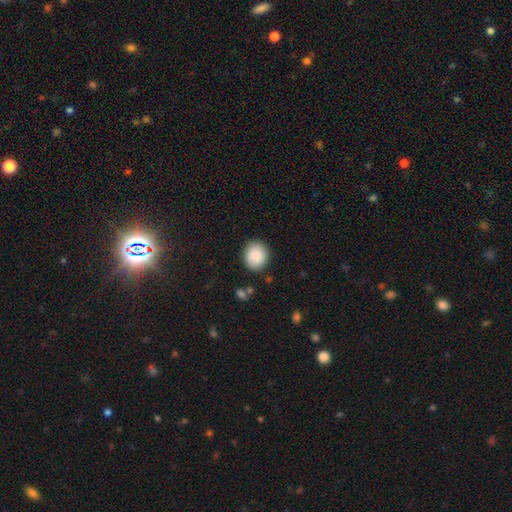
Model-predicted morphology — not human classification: Q: Smooth or featured?
A: smooth (88%); runner-up: star or artifact (7%)
Q: How rounded?
A: round (71%); runner-up: in between (28%)
Q: Merging?
A: none (87%); runner-up: minor disturbance (9%)